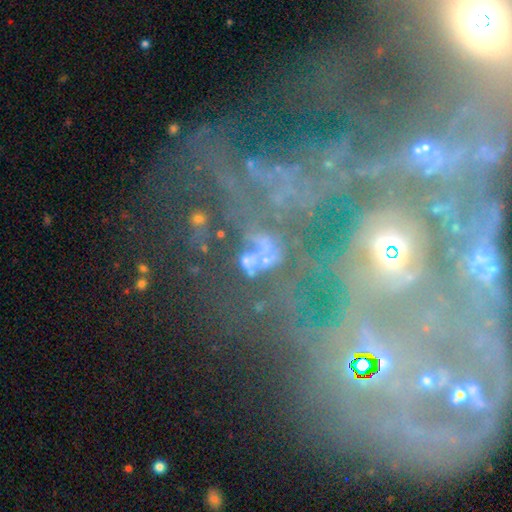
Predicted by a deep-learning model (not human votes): The model was most divided on "smooth or featured": featured or disk: 43%, star or artifact: 37%, smooth: 20%. Remaining: merging — none (43%).